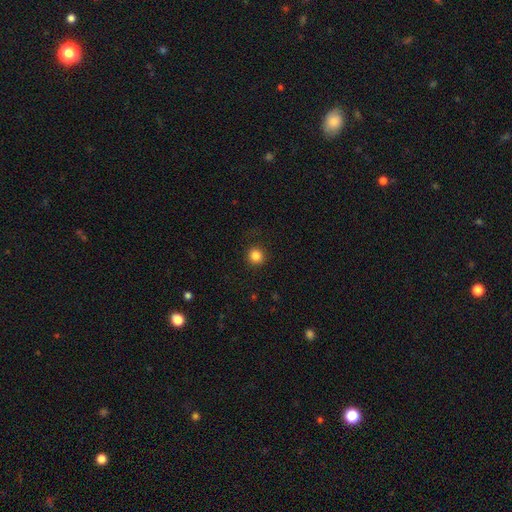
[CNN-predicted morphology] Smooth or featured?
  - smooth: 84% *
  - star or artifact: 11%
  - featured or disk: 4%
How rounded?
  - round: 93% *
  - in between: 6%
  - cigar-shaped: 1%
Merging?
  - none: 90% *
  - minor disturbance: 7%
  - major disturbance: 3%
  - merger: 1%